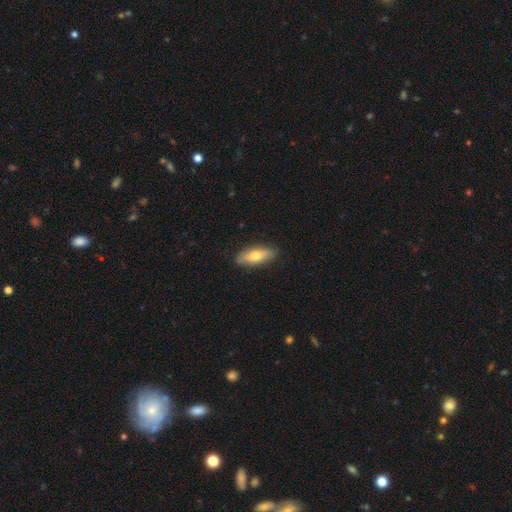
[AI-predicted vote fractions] Smooth or featured? Predicted: smooth (p=0.65). How rounded? Predicted: in between (p=0.61). Merging? Predicted: none (p=0.88).